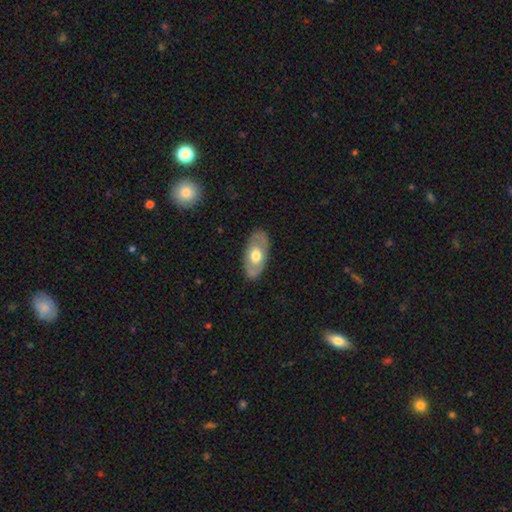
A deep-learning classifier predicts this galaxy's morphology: This appears to be a smooth galaxy with no disk features (48%). Merging: none (83%).